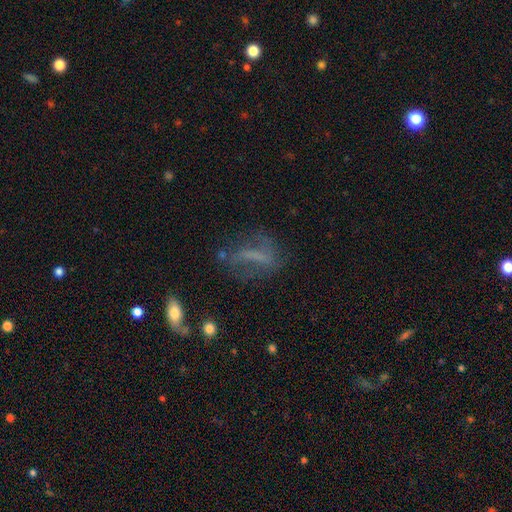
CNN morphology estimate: Q: Smooth or featured?
A: featured or disk (49%); runner-up: smooth (33%)
Q: Merging?
A: none (48%); runner-up: major disturbance (25%)